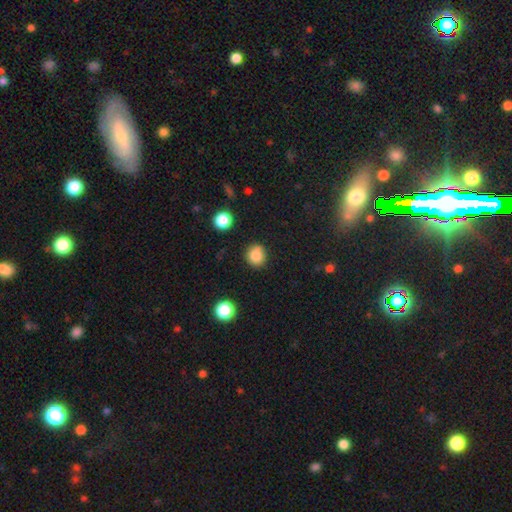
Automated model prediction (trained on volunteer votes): This appears to be a smooth galaxy with no disk features (83%) that is round (85%). Merging: none (78%).